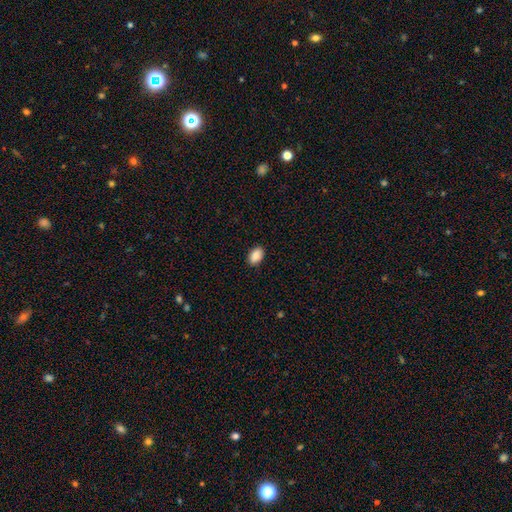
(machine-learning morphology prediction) Smooth or featured?
  - smooth: 89% *
  - star or artifact: 7%
  - featured or disk: 4%
How rounded?
  - in between: 89% *
  - round: 9%
  - cigar-shaped: 2%
Merging?
  - none: 86% *
  - minor disturbance: 11%
  - major disturbance: 2%
  - merger: 1%